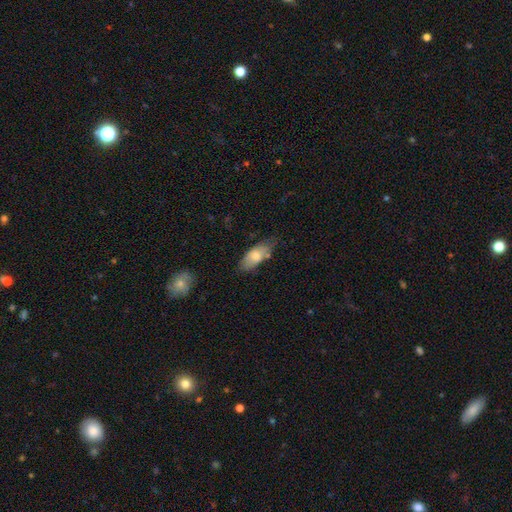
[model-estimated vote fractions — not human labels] smooth_or_featured: smooth (p=0.71) [alt: featured or disk p=0.22]
how_rounded: in between (p=0.82) [alt: cigar-shaped p=0.16]
merging: none (p=0.65) [alt: minor disturbance p=0.25]